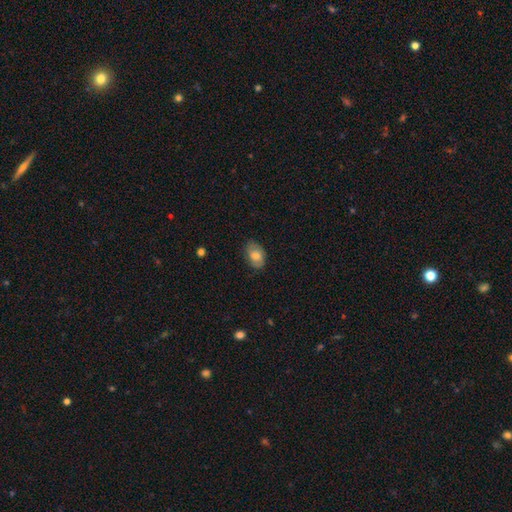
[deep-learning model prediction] Morphology: type=smooth (70%); roundness=in between (87%); merging=none (76%).